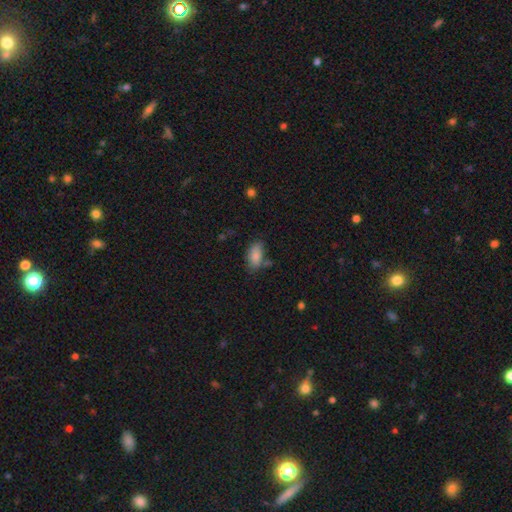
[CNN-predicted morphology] This is clearly a smooth galaxy (85%). How rounded: clearly in between (92%). Merging: likely none (64%).